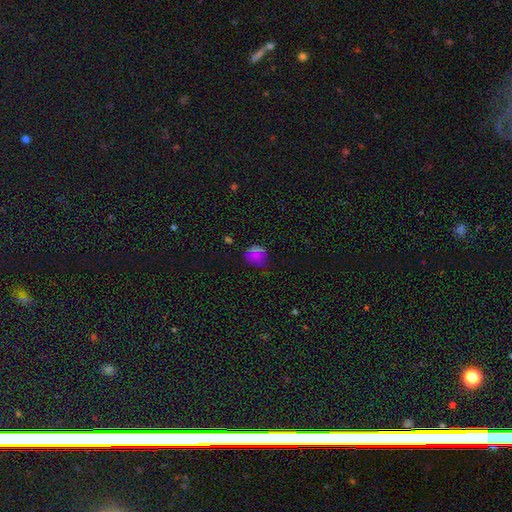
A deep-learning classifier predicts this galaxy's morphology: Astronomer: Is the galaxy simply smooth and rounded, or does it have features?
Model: smooth — 61%.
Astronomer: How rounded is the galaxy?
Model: round — 79%.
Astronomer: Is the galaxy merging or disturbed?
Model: none — 73%.